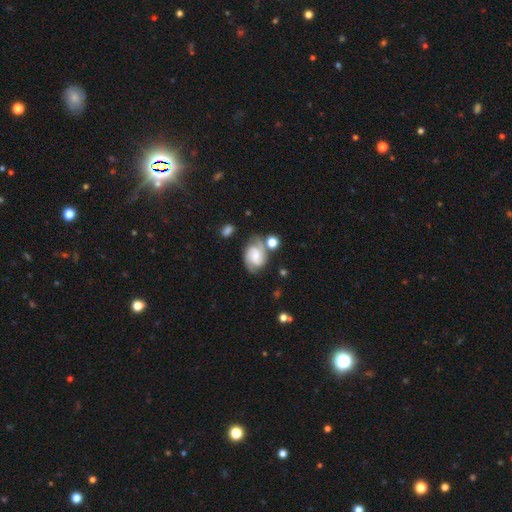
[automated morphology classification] smooth_or_featured: featured or disk (p=0.68) [alt: smooth p=0.23]
disk_edge_on: no (p=0.97) [alt: yes p=0.03]
bar: no (p=0.50) [alt: weak p=0.40]
has_spiral_arms: yes (p=0.93) [alt: no p=0.07]
spiral_winding: medium (p=0.45) [alt: tight p=0.40]
spiral_arm_count: 2 (p=0.67) [alt: can't tell p=0.13]
bulge_size: small (p=0.49) [alt: moderate p=0.35]
merging: none (p=0.60) [alt: minor disturbance p=0.20]